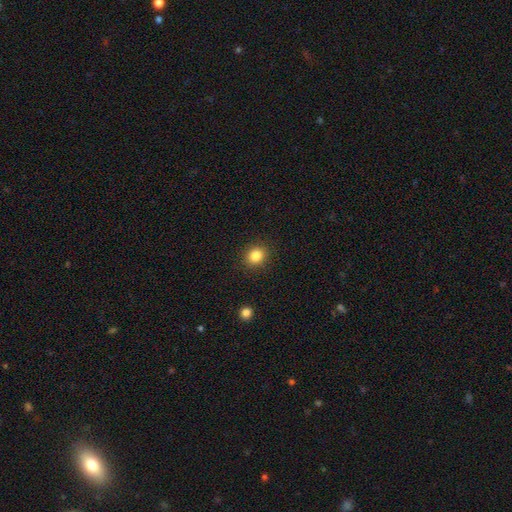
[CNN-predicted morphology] Smooth or featured? Predicted: smooth (p=0.84). How rounded? Predicted: round (p=0.77). Merging? Predicted: none (p=0.90).